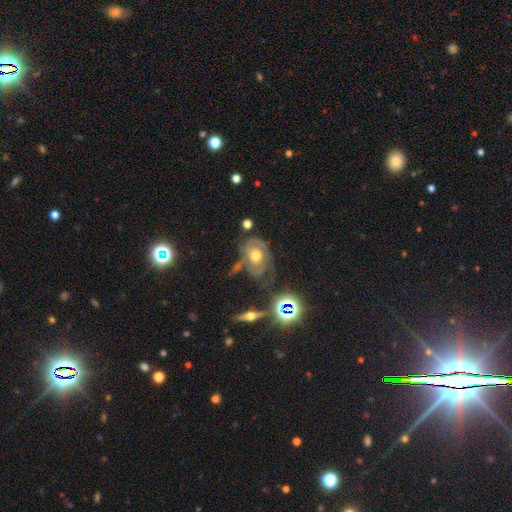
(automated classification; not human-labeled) The model was most divided on "spiral arm count": 2: 38%, can't tell: 33%, 3: 11%, 1: 11%, 4: 3%, more than 4: 3%. Remaining: edge-on disk — no (94%); bar — no (80%); spiral arms — yes (77%); smooth or featured — featured or disk (73%); bulge size — moderate (71%); spiral winding — tight (56%); merging — none (44%).